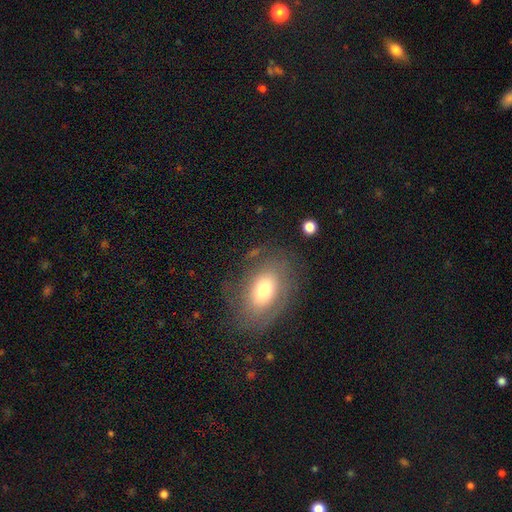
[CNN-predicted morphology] Smooth or featured: smooth — 54% (featured or disk — 32%)
How rounded: in between — 85% (round — 13%)
Merging: none — 76% (minor disturbance — 16%)